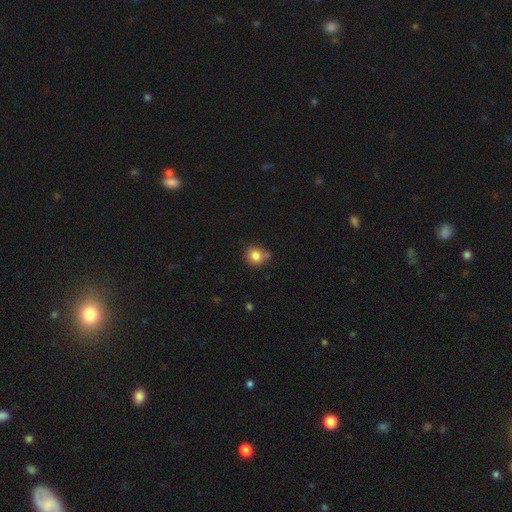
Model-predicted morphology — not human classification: Overall: smooth (83%). How rounded: round (84%). Merging: none (67%).